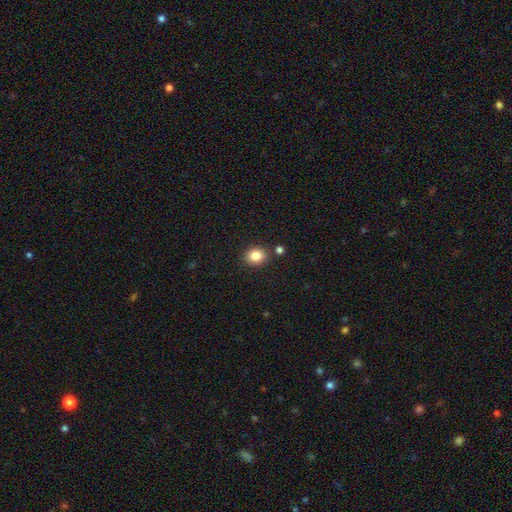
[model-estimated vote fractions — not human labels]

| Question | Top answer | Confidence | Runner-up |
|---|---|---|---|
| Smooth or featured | smooth | 84% | star or artifact (10%) |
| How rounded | round | 53% | in between (47%) |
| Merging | none | 84% | minor disturbance (9%) |